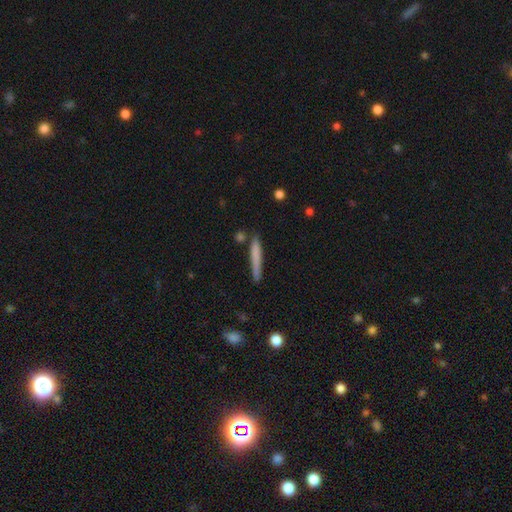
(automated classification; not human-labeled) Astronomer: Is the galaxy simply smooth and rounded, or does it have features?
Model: smooth — 69%.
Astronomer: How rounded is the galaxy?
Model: cigar-shaped — 96%.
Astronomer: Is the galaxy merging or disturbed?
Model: none — 82%.